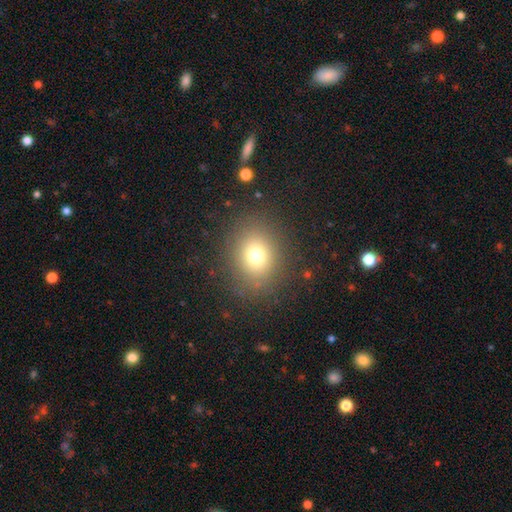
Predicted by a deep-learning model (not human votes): The model was most divided on "how rounded": round: 64%, in between: 35%, cigar-shaped: 1%. More confident: merging — none (85%); smooth or featured — smooth (73%).